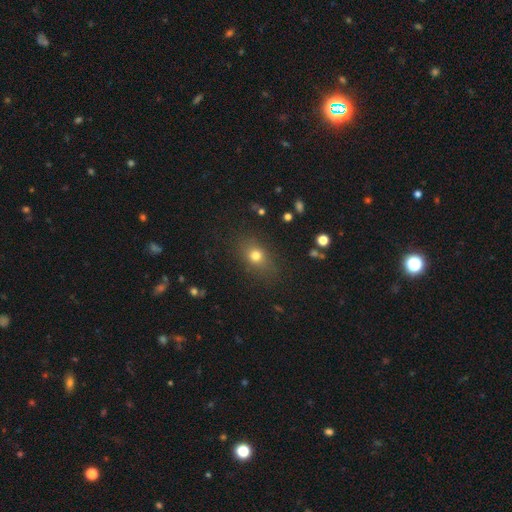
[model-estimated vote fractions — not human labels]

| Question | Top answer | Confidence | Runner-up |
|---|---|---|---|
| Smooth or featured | smooth | 74% | star or artifact (16%) |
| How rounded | in between | 51% | round (46%) |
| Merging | none | 81% | minor disturbance (12%) |